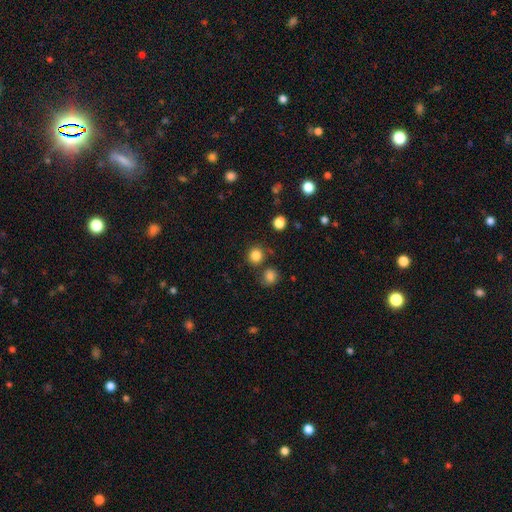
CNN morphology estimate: type=smooth (83%); roundness=round (89%); merging=none (79%).